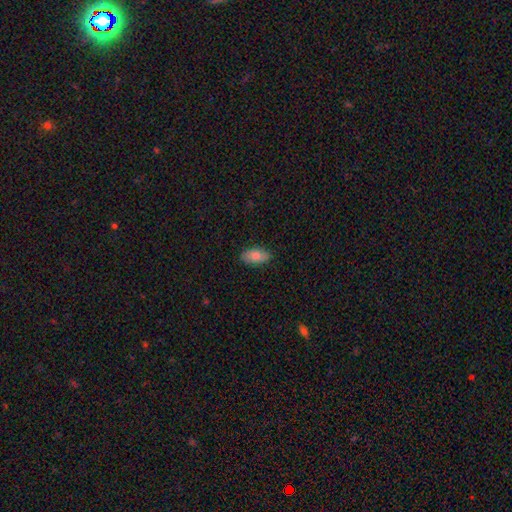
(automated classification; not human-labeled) smooth_or_featured: smooth (p=0.82) [alt: featured or disk p=0.11]
how_rounded: in between (p=0.92) [alt: cigar-shaped p=0.06]
merging: none (p=0.85) [alt: minor disturbance p=0.11]